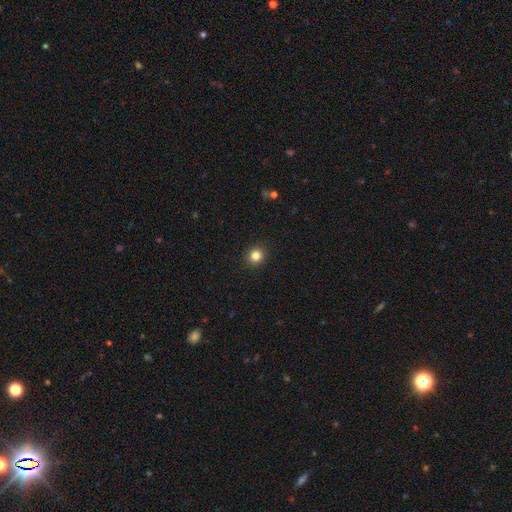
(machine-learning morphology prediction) Smooth or featured: smooth — 83% (star or artifact — 12%)
How rounded: round — 90% (in between — 9%)
Merging: none — 92% (minor disturbance — 5%)